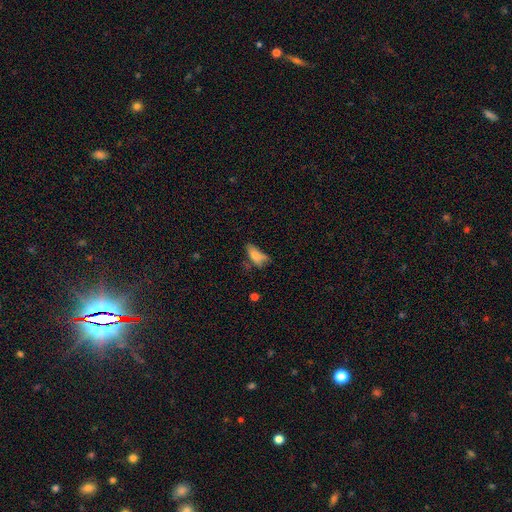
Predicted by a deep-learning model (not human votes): smooth-or-featured: smooth: 73% | featured or disk: 17% | star or artifact: 10%
  how-rounded: in between: 79% | cigar-shaped: 17% | round: 4%
  merging: none: 41% | minor disturbance: 31% | major disturbance: 20% | merger: 8%